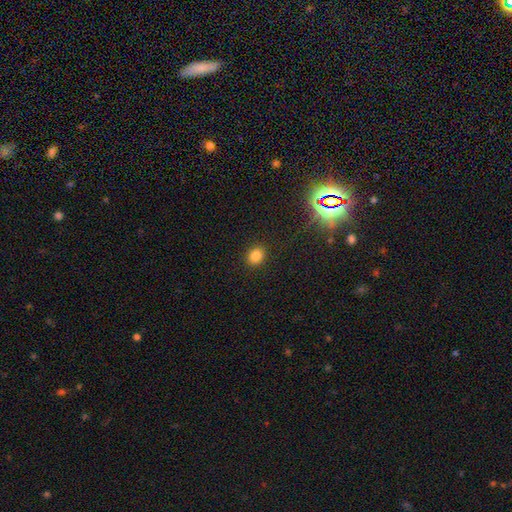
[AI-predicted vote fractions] The model was most divided on "how rounded": in between: 50%, round: 49%, cigar-shaped: 1%. More confident: merging — none (89%); smooth or featured — smooth (81%).